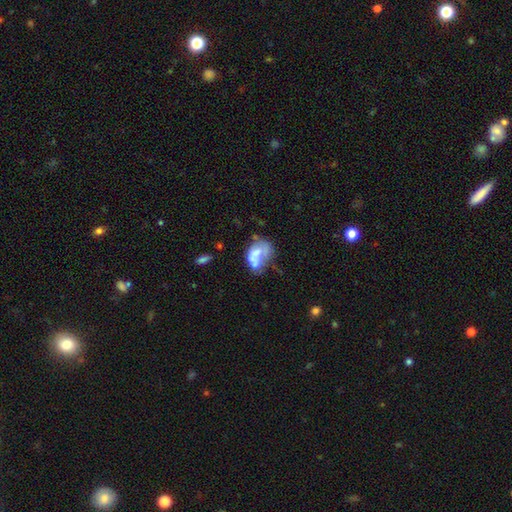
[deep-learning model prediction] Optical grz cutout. It shows a smooth galaxy with no disk features (49%). Merging: merger (34%).